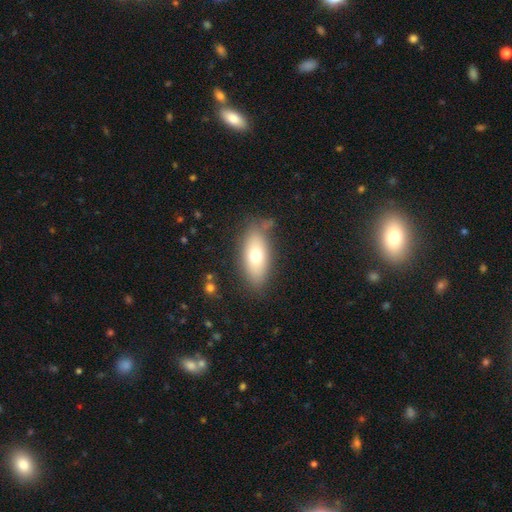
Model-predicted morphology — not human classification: Overall: smooth (70%). How rounded: in between (85%). Merging: none (76%).